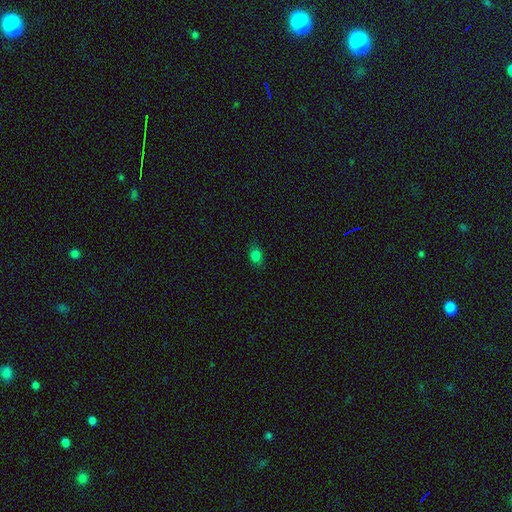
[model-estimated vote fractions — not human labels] Smooth or featured: smooth — 79% (star or artifact — 15%)
How rounded: in between — 61% (round — 37%)
Merging: none — 80% (minor disturbance — 16%)